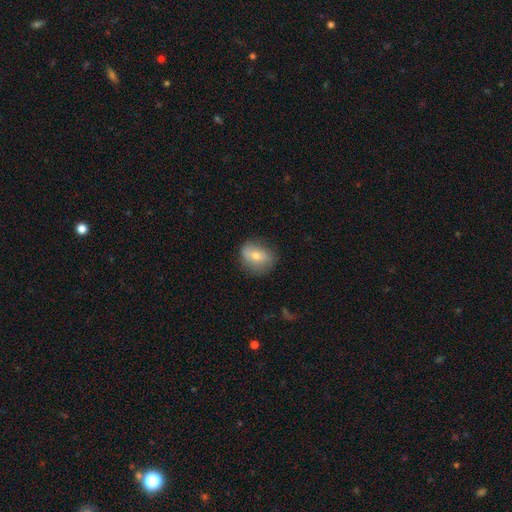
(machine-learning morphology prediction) This is likely a smooth galaxy (66%). How rounded: possibly round (51%). Merging: likely none (73%).